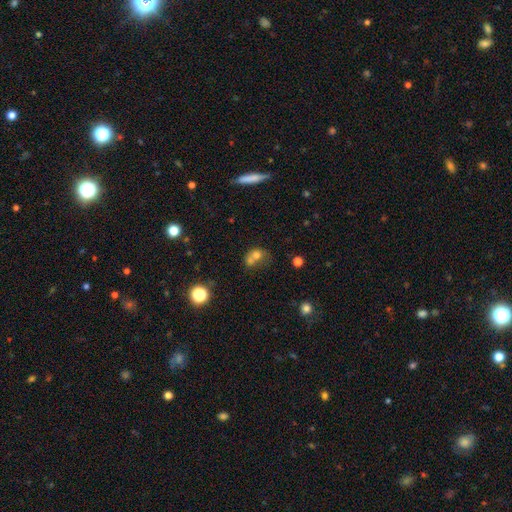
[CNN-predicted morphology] A smooth galaxy with no disk features (67%) that is round (59%).

Vote fractions:
- Smooth or featured? smooth: 67% / featured or disk: 19% / star or artifact: 14%
- How rounded? round: 59% / in between: 40% / cigar-shaped: 1%
- Merging? merger: 61% / none: 23% / minor disturbance: 9% / major disturbance: 6%